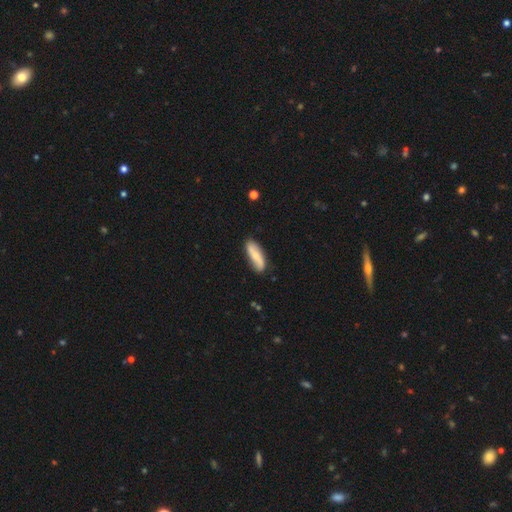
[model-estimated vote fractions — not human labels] Overall: smooth (48%; featured or disk 47%). Merging: none (82%).